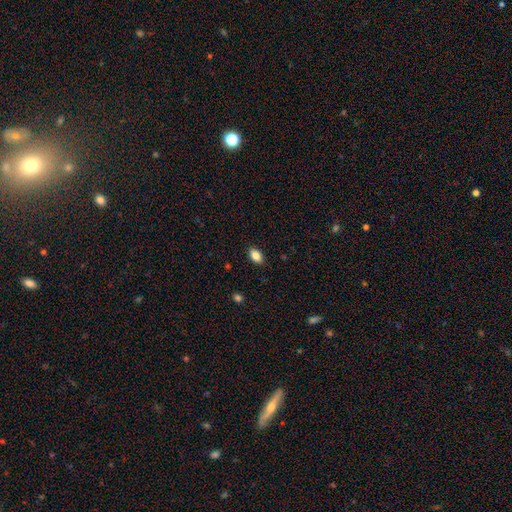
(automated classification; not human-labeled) smooth-or-featured: smooth: 86% | star or artifact: 8% | featured or disk: 6%
  how-rounded: in between: 91% | round: 6% | cigar-shaped: 2%
  merging: none: 89% | minor disturbance: 8% | major disturbance: 2% | merger: 1%